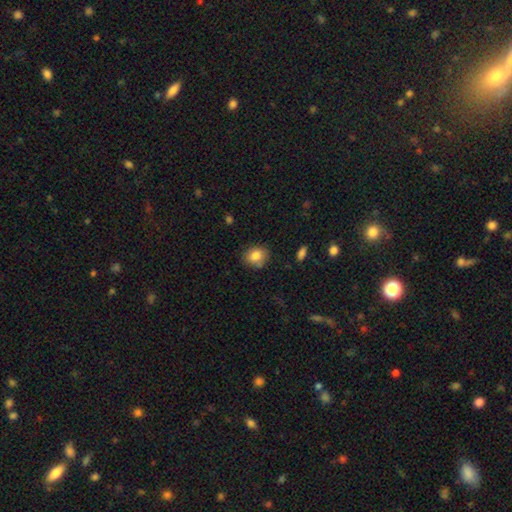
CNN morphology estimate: Q: Smooth or featured?
A: smooth (82%); runner-up: star or artifact (9%)
Q: How rounded?
A: round (56%); runner-up: in between (43%)
Q: Merging?
A: none (76%); runner-up: minor disturbance (16%)